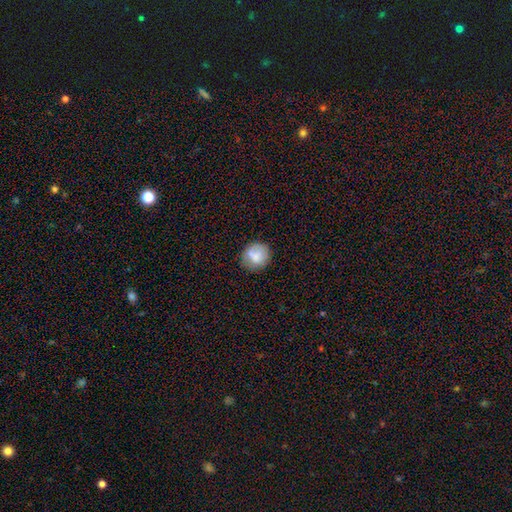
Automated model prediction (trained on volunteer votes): Smooth or featured?
  - smooth: 77% *
  - featured or disk: 14%
  - star or artifact: 8%
How rounded?
  - round: 83% *
  - in between: 16%
  - cigar-shaped: 1%
Merging?
  - none: 70% *
  - minor disturbance: 19%
  - major disturbance: 6%
  - merger: 5%